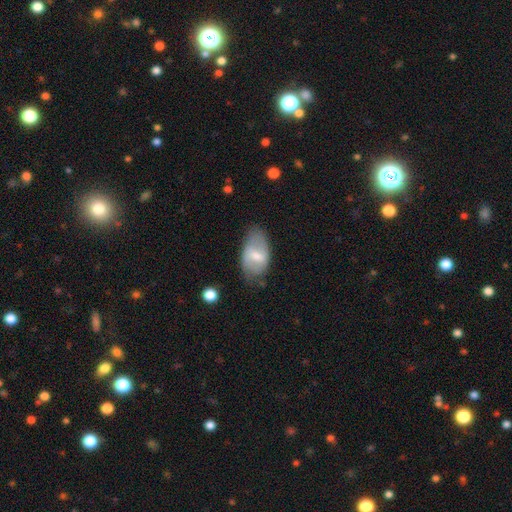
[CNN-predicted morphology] smooth_or_featured: smooth (p=0.50) [alt: featured or disk p=0.44]
merging: none (p=0.63) [alt: minor disturbance p=0.26]